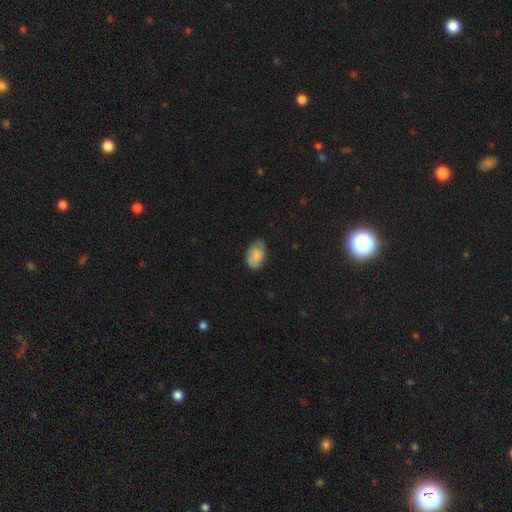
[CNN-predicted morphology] smooth 81%, featured or disk 12%, star or artifact 7%. Down the decision tree: how rounded — in between (87%); merging — none (67%).